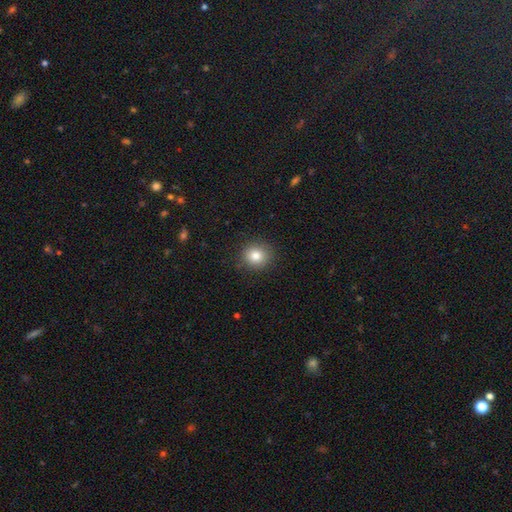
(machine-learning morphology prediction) Smooth or featured?
  - smooth: 82% *
  - star or artifact: 11%
  - featured or disk: 7%
How rounded?
  - round: 86% *
  - in between: 13%
  - cigar-shaped: 1%
Merging?
  - none: 89% *
  - minor disturbance: 8%
  - major disturbance: 3%
  - merger: 1%